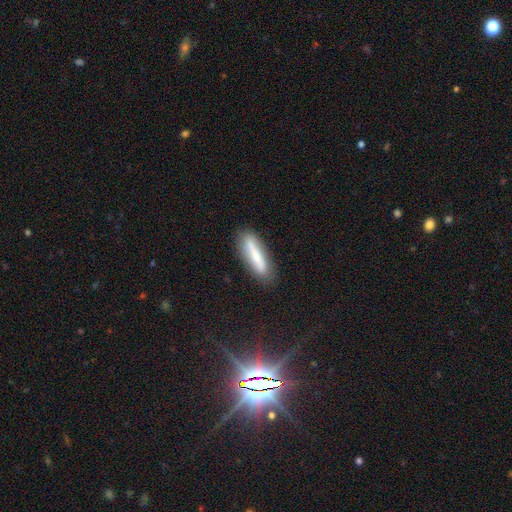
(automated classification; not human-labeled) Morphology: type=smooth (57%); roundness=cigar-shaped (72%); merging=none (83%).